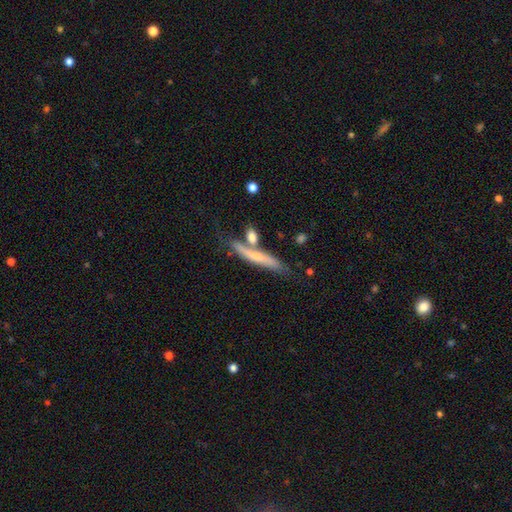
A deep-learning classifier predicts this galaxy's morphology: type=smooth (51%); roundness=cigar-shaped (89%); merging=none (59%).